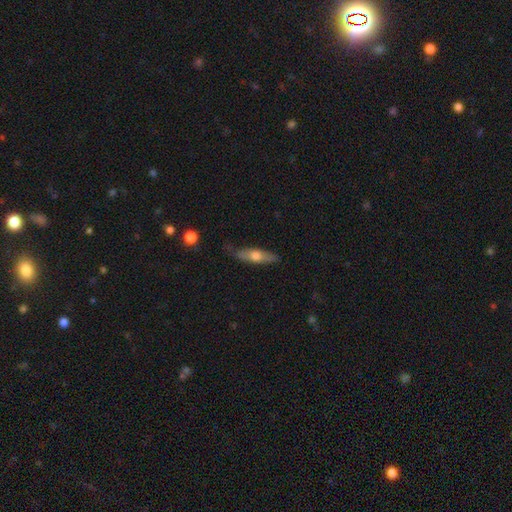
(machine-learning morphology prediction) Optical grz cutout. It shows a smooth galaxy with no disk features (52%) that is cigar-shaped (60%). Merging: none (76%).